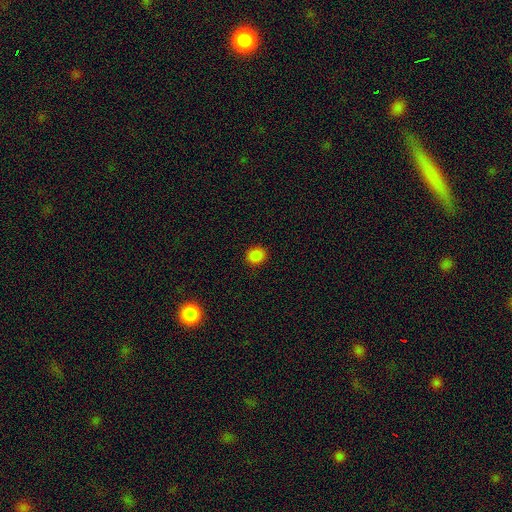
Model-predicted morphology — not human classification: type=smooth (85%); roundness=round (76%); merging=none (90%).